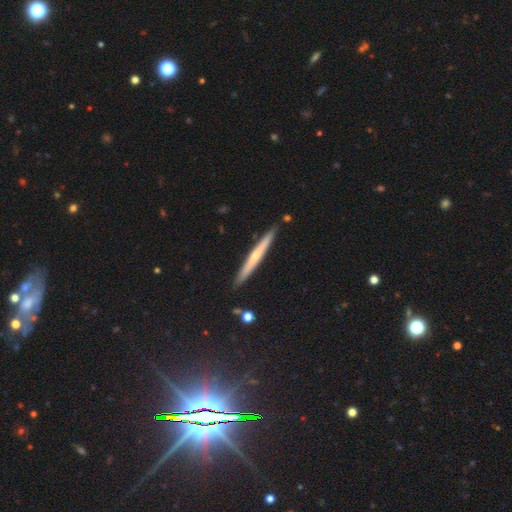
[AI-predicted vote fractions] featured or disk 54%, smooth 40%, star or artifact 6%. Down the decision tree: edge-on disk — yes (97%); edge-on bulge — none (48%); merging — none (90%).